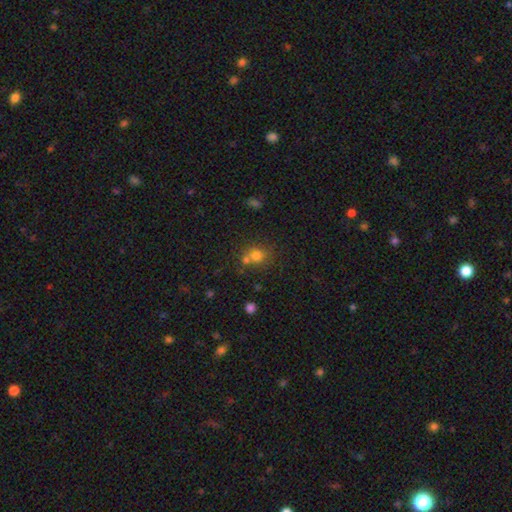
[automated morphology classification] The model was most divided on "merging": none: 52%, merger: 35%, minor disturbance: 10%, major disturbance: 4%. More confident: how rounded — round (76%); smooth or featured — smooth (73%).